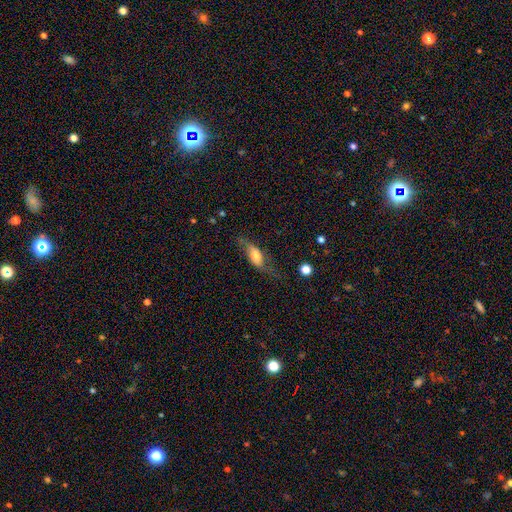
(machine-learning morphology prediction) This appears to be a featured or disk galaxy (50%). Merging: none (56%).